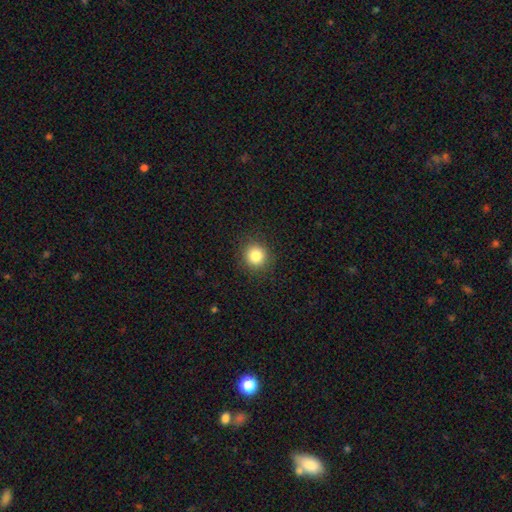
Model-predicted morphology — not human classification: Smooth or featured? Predicted: smooth (p=0.84). How rounded? Predicted: round (p=0.92). Merging? Predicted: none (p=0.90).